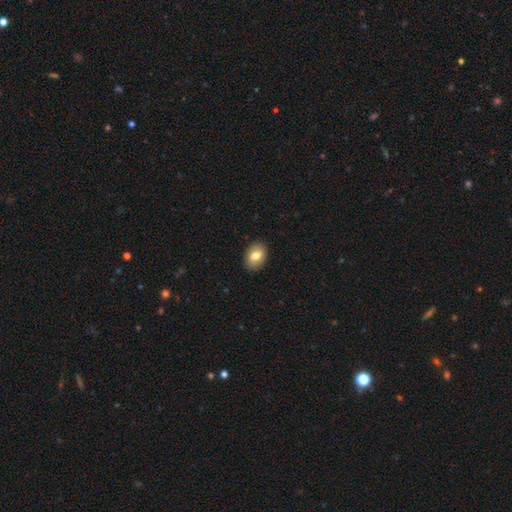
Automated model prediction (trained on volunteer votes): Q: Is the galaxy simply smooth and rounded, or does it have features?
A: smooth — 78%.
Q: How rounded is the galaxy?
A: in between — 69%.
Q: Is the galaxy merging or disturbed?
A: none — 90%.